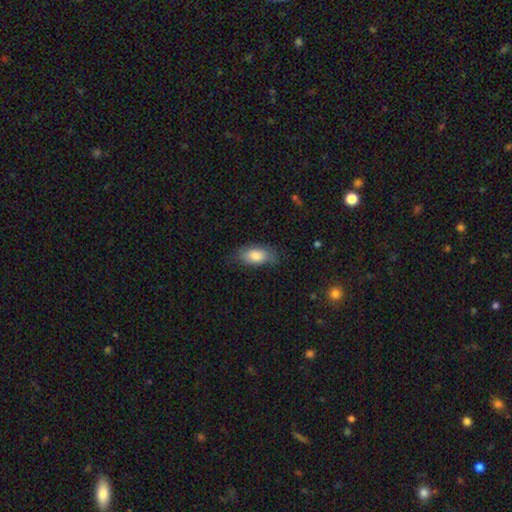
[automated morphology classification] Smooth or featured: smooth — 81% (featured or disk — 13%)
How rounded: in between — 90% (cigar-shaped — 6%)
Merging: none — 71% (minor disturbance — 22%)